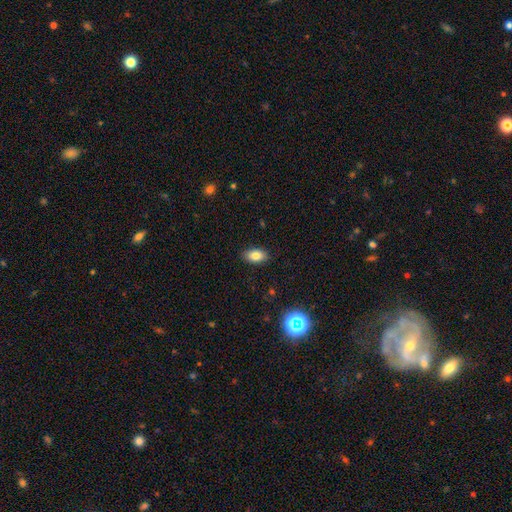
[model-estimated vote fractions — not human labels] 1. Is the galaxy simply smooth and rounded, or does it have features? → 82% smooth, 10% star or artifact, 8% featured or disk.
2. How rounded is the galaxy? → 91% in between, 6% round, 3% cigar-shaped.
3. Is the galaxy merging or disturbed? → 89% none, 8% minor disturbance, 2% major disturbance, 1% merger.